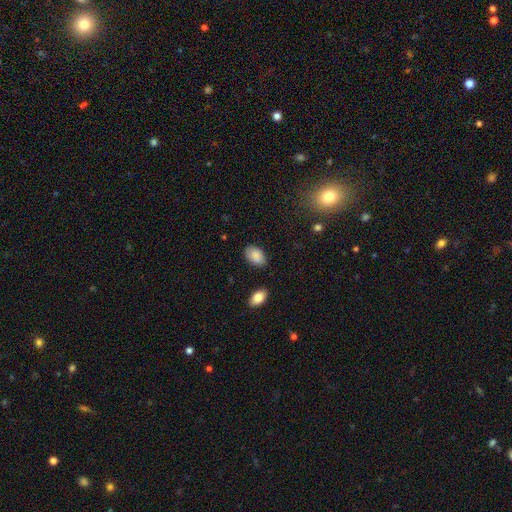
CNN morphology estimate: type=smooth (87%); roundness=in between (92%); merging=none (82%).